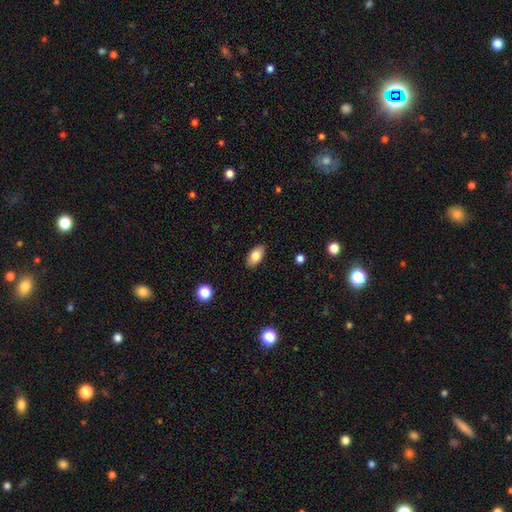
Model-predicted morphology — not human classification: This appears to be a smooth galaxy with no disk features (82%) that is in between round and cigar-shaped (92%). Merging: none (88%).